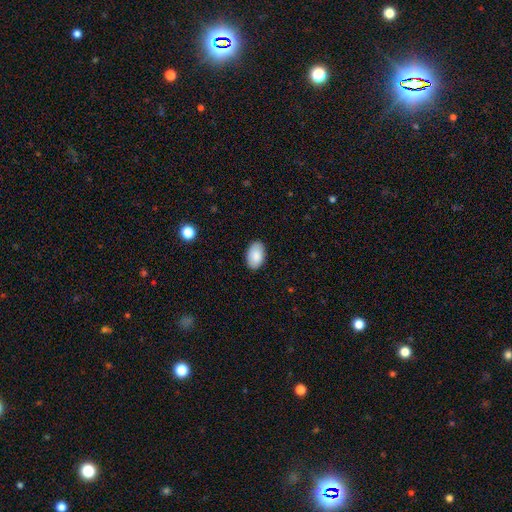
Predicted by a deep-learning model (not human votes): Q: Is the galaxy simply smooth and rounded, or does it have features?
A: smooth — 88%.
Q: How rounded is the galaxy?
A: in between — 93%.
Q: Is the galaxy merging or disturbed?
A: none — 88%.